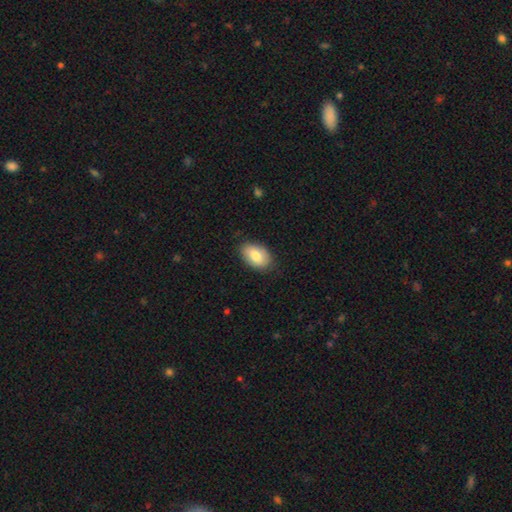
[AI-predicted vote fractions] The model was most divided on "smooth or featured": smooth: 80%, featured or disk: 13%, star or artifact: 6%. More confident: how rounded — in between (91%); merging — none (82%).